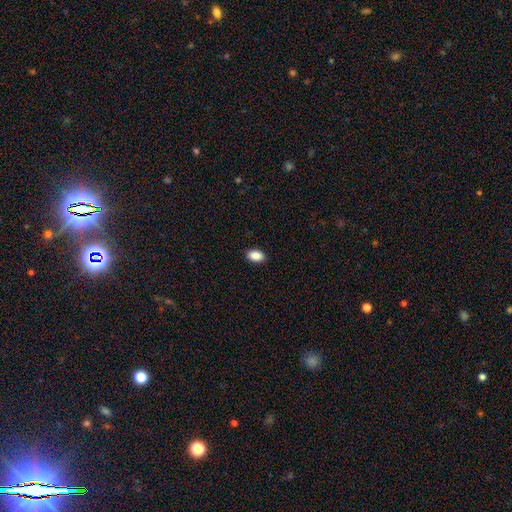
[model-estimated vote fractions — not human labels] Morphology: type=smooth (89%); roundness=in between (91%); merging=none (90%).